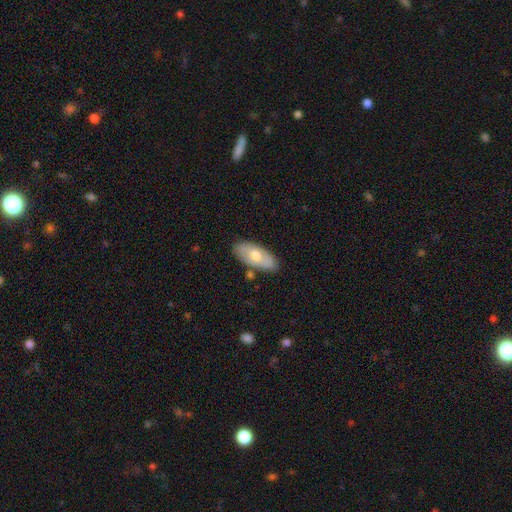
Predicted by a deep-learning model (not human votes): smooth 59%, featured or disk 35%, star or artifact 6%. Down the decision tree: how rounded — in between (89%); merging — none (81%).